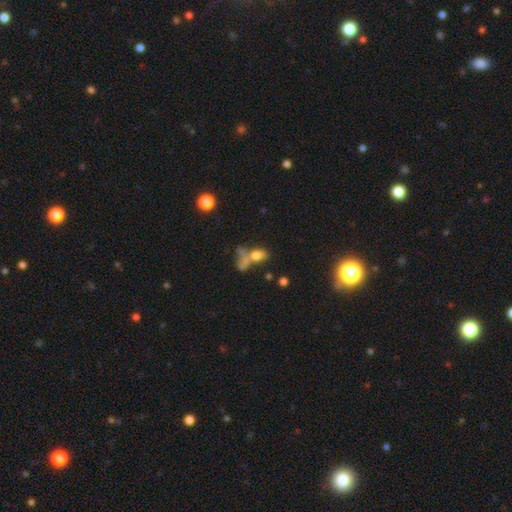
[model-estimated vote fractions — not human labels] Smooth or featured?
  - smooth: 70% *
  - featured or disk: 16%
  - star or artifact: 13%
How rounded?
  - in between: 78% *
  - round: 15%
  - cigar-shaped: 7%
Merging?
  - merger: 45% *
  - none: 32%
  - major disturbance: 12%
  - minor disturbance: 11%